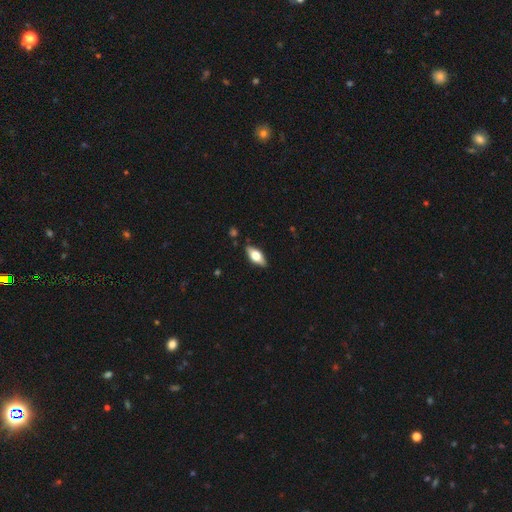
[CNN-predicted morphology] Smooth or featured? Predicted: smooth (p=0.60). How rounded? Predicted: in between (p=0.81). Merging? Predicted: none (p=0.85).